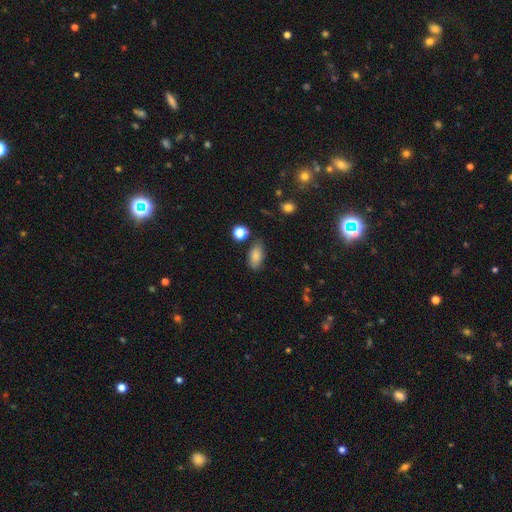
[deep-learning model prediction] smooth 83%, star or artifact 9%, featured or disk 8%. Down the decision tree: how rounded — in between (90%); merging — none (78%).